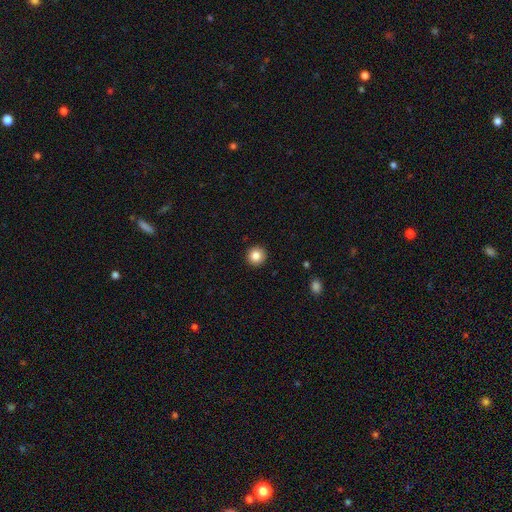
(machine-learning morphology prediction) Smooth or featured: smooth — 85% (star or artifact — 10%)
How rounded: round — 95% (in between — 4%)
Merging: none — 93% (minor disturbance — 4%)